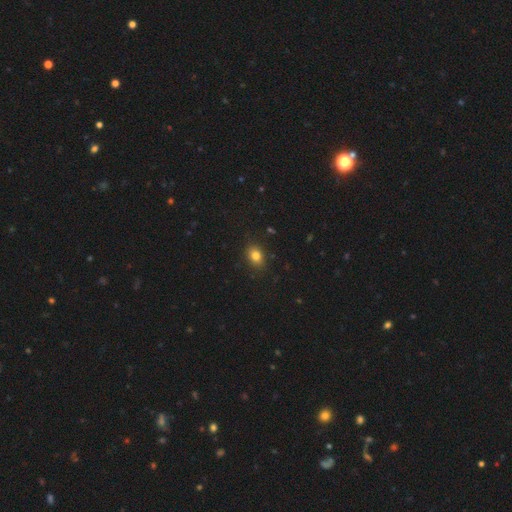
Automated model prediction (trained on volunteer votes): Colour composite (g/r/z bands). It shows a smooth galaxy with no disk features (82%) that is in between round and cigar-shaped (66%). Merging: none (88%).